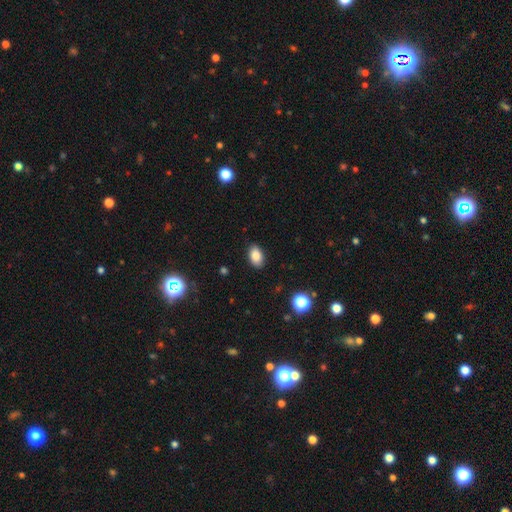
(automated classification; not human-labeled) smooth-or-featured: smooth: 86% | star or artifact: 9% | featured or disk: 5%
  how-rounded: in between: 91% | round: 8% | cigar-shaped: 2%
  merging: none: 85% | minor disturbance: 11% | major disturbance: 2% | merger: 1%